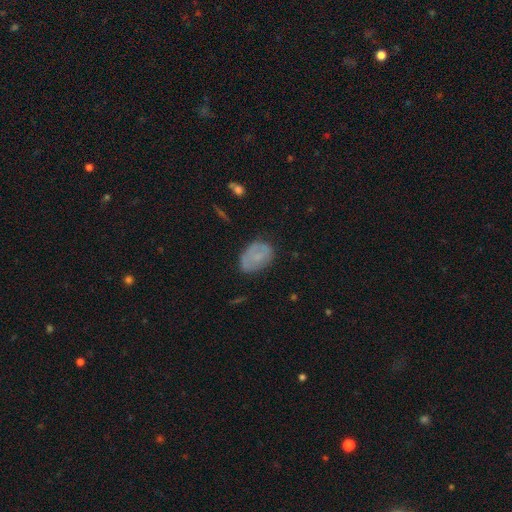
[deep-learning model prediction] Q: Smooth or featured?
A: smooth (63%); runner-up: featured or disk (27%)
Q: How rounded?
A: in between (83%); runner-up: round (16%)
Q: Merging?
A: none (69%); runner-up: minor disturbance (21%)